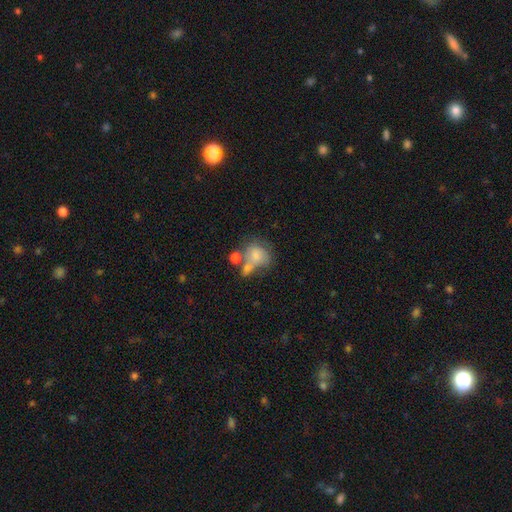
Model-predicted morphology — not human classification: A smooth galaxy with no disk features (68%) that is in between round and cigar-shaped (52%).

Vote fractions:
- Smooth or featured? smooth: 68% / featured or disk: 22% / star or artifact: 11%
- How rounded? in between: 52% / round: 47% / cigar-shaped: 1%
- Merging? merger: 41% / none: 23% / major disturbance: 19% / minor disturbance: 17%